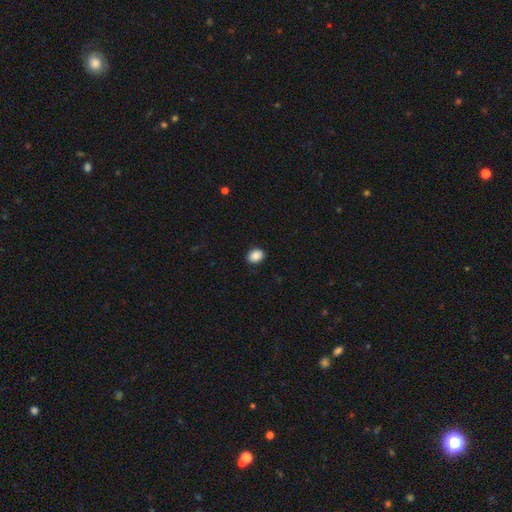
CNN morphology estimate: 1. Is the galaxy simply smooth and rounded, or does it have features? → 89% smooth, 8% star or artifact, 3% featured or disk.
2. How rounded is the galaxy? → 61% in between, 38% round, 1% cigar-shaped.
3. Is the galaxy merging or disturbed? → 89% none, 8% minor disturbance, 2% major disturbance, 1% merger.